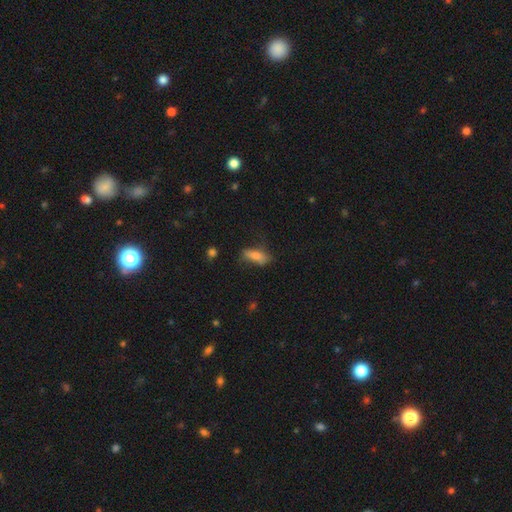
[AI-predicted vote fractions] This appears to be a smooth galaxy with no disk features (71%) that is in between round and cigar-shaped (66%). Merging: none (59%).